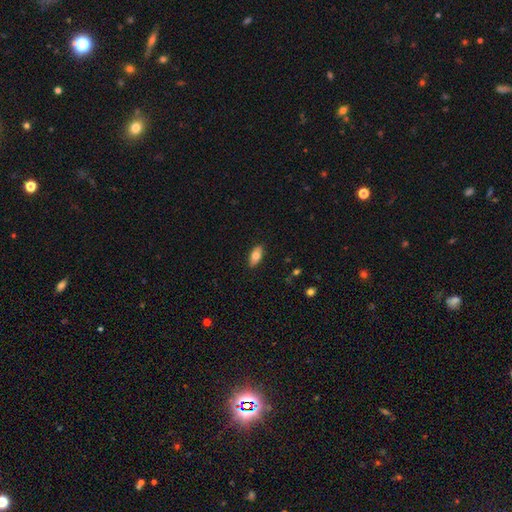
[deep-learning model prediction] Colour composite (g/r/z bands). It shows a smooth galaxy with no disk features (75%) that is in between round and cigar-shaped (89%). Merging: none (88%).